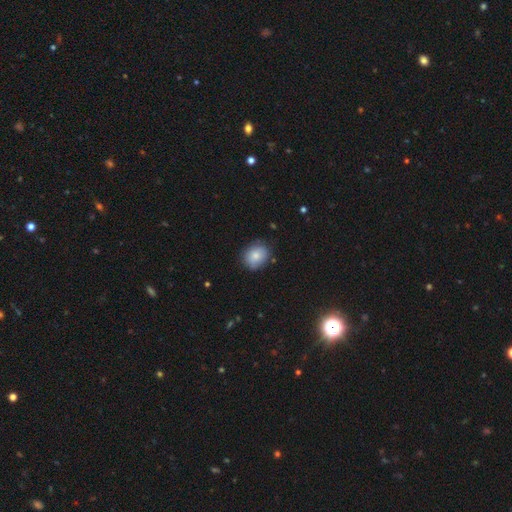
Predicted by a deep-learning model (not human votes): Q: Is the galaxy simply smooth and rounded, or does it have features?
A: smooth — 82%.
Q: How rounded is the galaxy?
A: round — 60%.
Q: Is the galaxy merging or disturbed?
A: none — 79%.